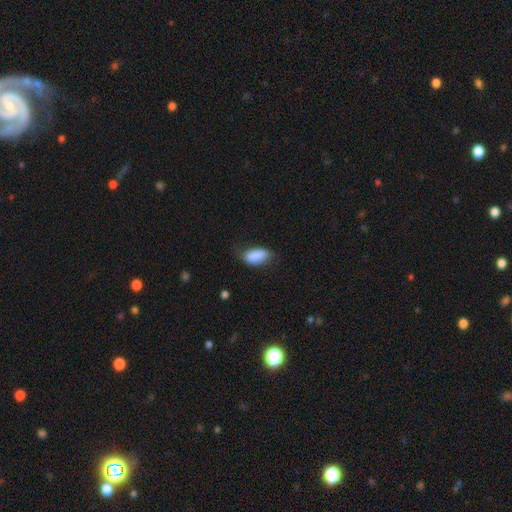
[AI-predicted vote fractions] Overall: smooth (87%). How rounded: in between (93%). Merging: none (58%; minor disturbance 31%).